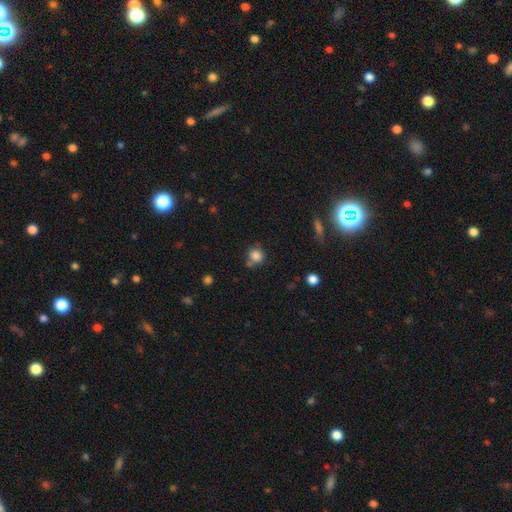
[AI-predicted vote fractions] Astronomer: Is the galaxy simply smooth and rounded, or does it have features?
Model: smooth — 83%.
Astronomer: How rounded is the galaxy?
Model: round — 87%.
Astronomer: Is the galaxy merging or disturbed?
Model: none — 66%.